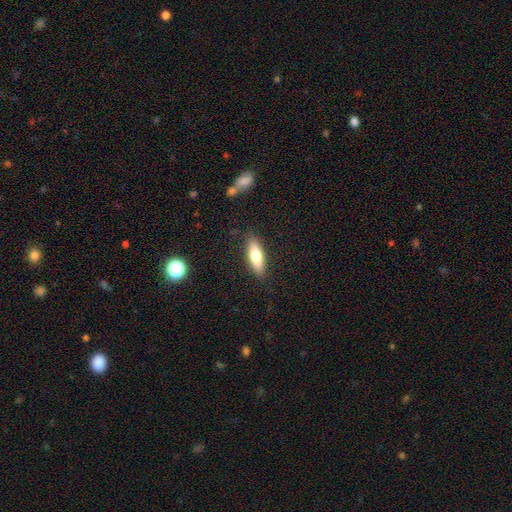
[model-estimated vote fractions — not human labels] A smooth galaxy with no disk features (69%) that is in between round and cigar-shaped (50%).

Vote fractions:
- Smooth or featured? smooth: 69% / featured or disk: 25% / star or artifact: 7%
- How rounded? in between: 50% / cigar-shaped: 48% / round: 2%
- Merging? none: 86% / minor disturbance: 10% / major disturbance: 2% / merger: 2%